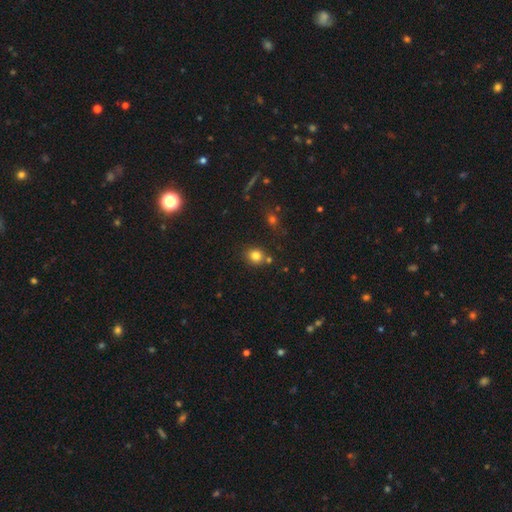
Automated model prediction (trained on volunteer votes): smooth-or-featured: smooth: 80% | star or artifact: 13% | featured or disk: 6%
  how-rounded: round: 80% | in between: 19% | cigar-shaped: 1%
  merging: none: 76% | minor disturbance: 11% | merger: 10% | major disturbance: 3%